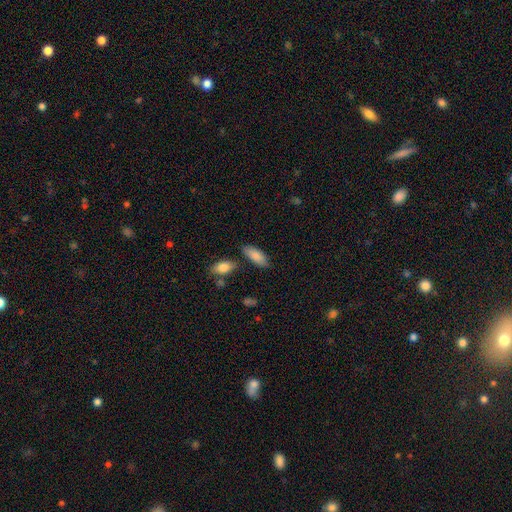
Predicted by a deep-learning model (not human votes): A smooth galaxy with no disk features (85%) that is in between round and cigar-shaped (82%).

Vote fractions:
- Smooth or featured? smooth: 85% / featured or disk: 9% / star or artifact: 6%
- How rounded? in between: 82% / cigar-shaped: 15% / round: 2%
- Merging? none: 74% / minor disturbance: 15% / merger: 7% / major disturbance: 4%